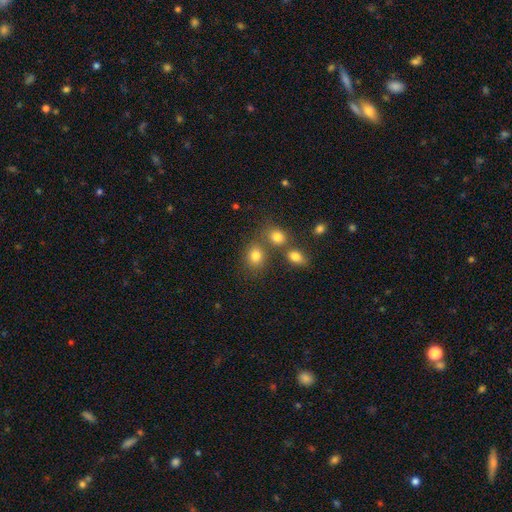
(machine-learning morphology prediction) Q: Smooth or featured?
A: smooth (77%); runner-up: star or artifact (14%)
Q: How rounded?
A: round (60%); runner-up: in between (39%)
Q: Merging?
A: none (61%); runner-up: merger (24%)